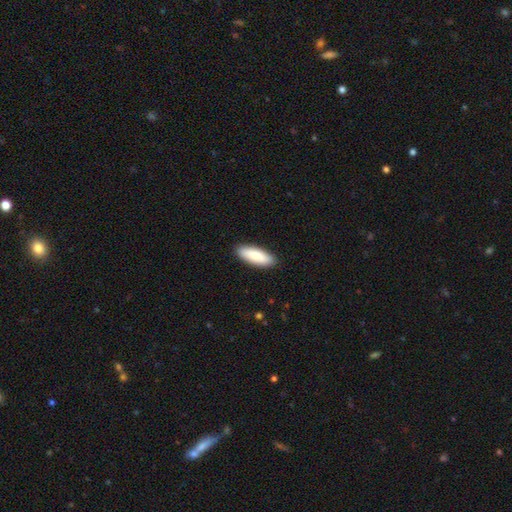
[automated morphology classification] This is clearly a smooth galaxy (85%). How rounded: likely in between (64%). Merging: clearly none (90%).